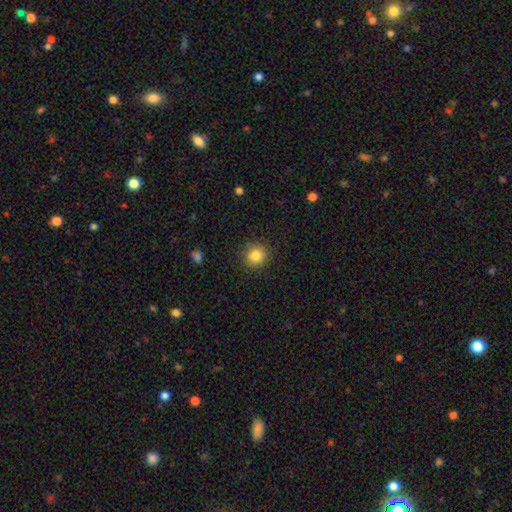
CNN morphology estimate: Smooth or featured? smooth (84%)
How rounded? round (86%)
Merging? none (88%)